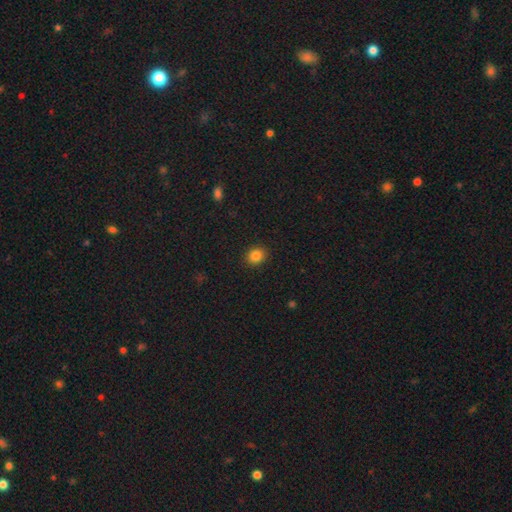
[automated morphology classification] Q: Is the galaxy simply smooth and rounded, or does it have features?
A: smooth — 84%.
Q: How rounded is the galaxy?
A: round — 71%.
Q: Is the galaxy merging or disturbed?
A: none — 91%.